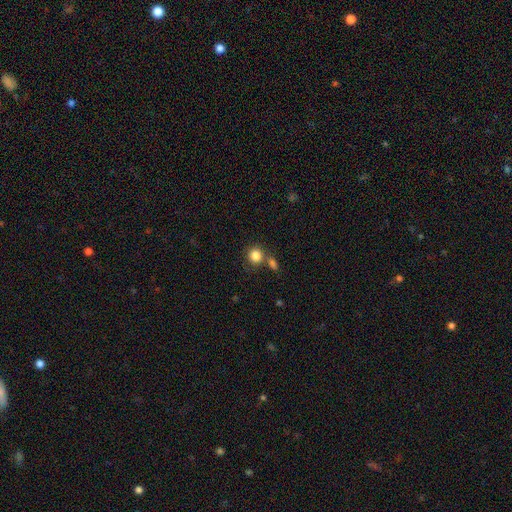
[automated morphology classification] This is clearly a smooth galaxy (85%). How rounded: clearly round (86%). Merging: likely none (64%).